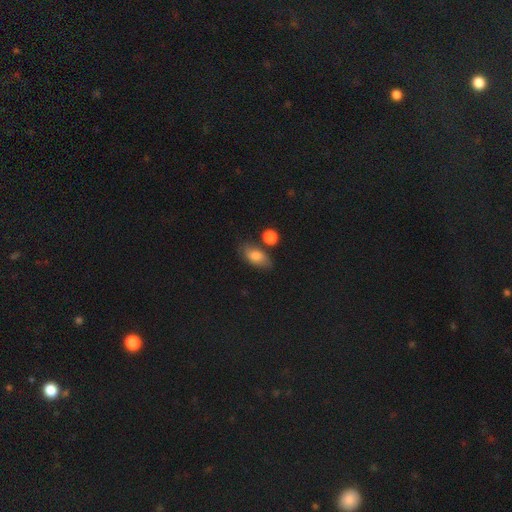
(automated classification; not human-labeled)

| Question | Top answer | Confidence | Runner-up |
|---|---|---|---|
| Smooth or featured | smooth | 79% | featured or disk (13%) |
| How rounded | in between | 88% | round (8%) |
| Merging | none | 67% | minor disturbance (19%) |